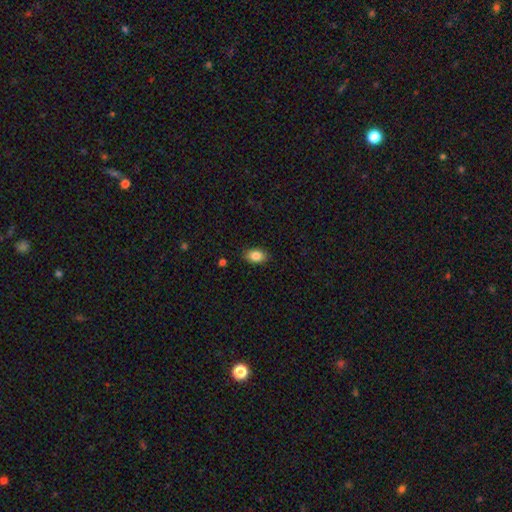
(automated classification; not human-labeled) This is clearly a smooth galaxy (85%). How rounded: clearly in between (86%). Merging: clearly none (86%).